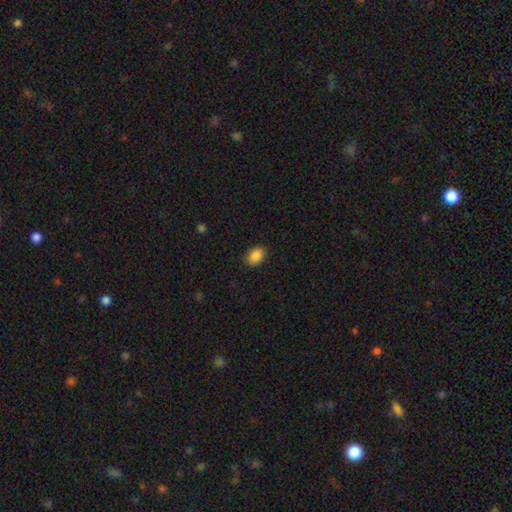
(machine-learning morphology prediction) Smooth or featured?
  - smooth: 88% *
  - star or artifact: 8%
  - featured or disk: 4%
How rounded?
  - in between: 80% *
  - round: 19%
  - cigar-shaped: 1%
Merging?
  - none: 89% *
  - minor disturbance: 8%
  - major disturbance: 2%
  - merger: 1%